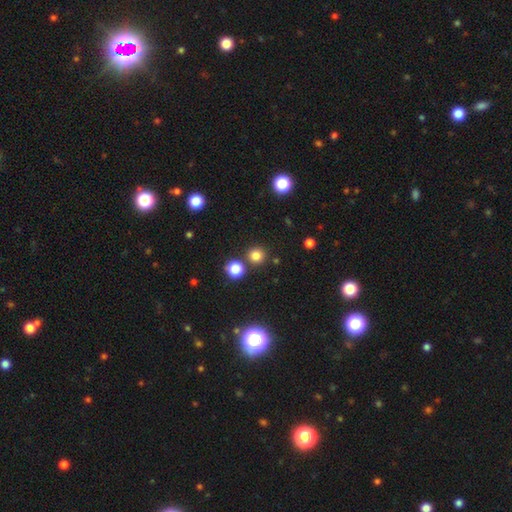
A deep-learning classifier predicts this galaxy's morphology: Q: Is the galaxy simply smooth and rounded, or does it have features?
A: smooth — 76%.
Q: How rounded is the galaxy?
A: round — 93%.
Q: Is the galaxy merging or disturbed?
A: none — 81%.